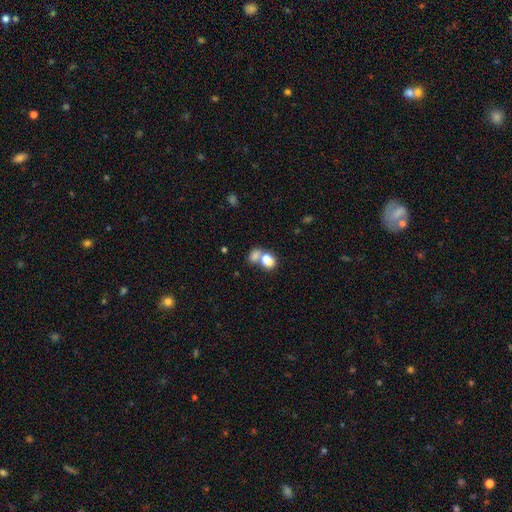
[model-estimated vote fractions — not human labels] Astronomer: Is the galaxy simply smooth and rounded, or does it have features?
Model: smooth — 75%.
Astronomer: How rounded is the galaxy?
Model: in between — 66%.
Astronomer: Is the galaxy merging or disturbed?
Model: merger — 65%.